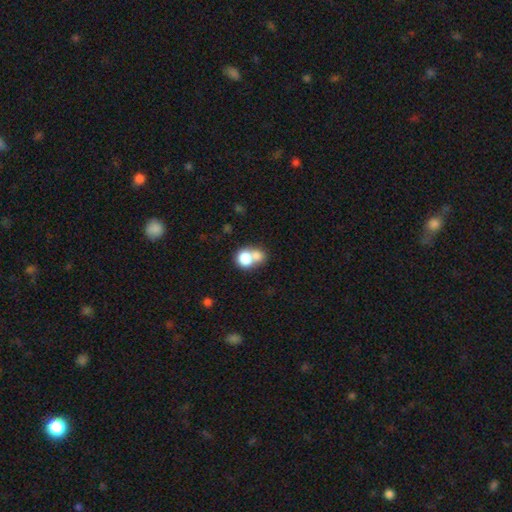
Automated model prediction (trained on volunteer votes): Smooth or featured: smooth — 75% (featured or disk — 15%)
How rounded: round — 70% (in between — 29%)
Merging: merger — 62% (none — 27%)